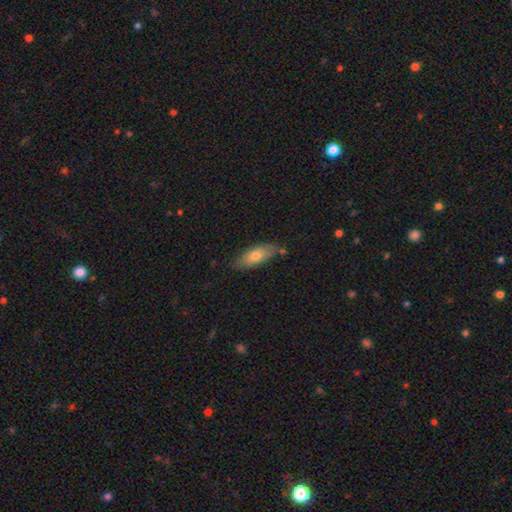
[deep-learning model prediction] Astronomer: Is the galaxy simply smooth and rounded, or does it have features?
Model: smooth — 71%.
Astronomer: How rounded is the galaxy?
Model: in between — 78%.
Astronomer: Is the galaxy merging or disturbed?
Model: none — 73%.